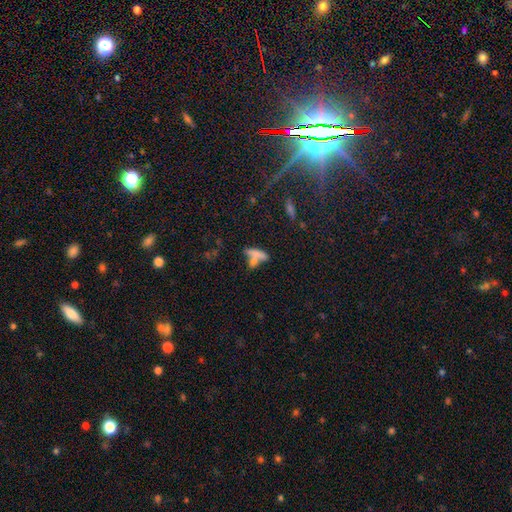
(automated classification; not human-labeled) Smooth or featured?
  - smooth: 66% *
  - featured or disk: 21%
  - star or artifact: 13%
How rounded?
  - cigar-shaped: 50% *
  - in between: 45%
  - round: 5%
Merging?
  - merger: 45% *
  - none: 35%
  - minor disturbance: 12%
  - major disturbance: 8%